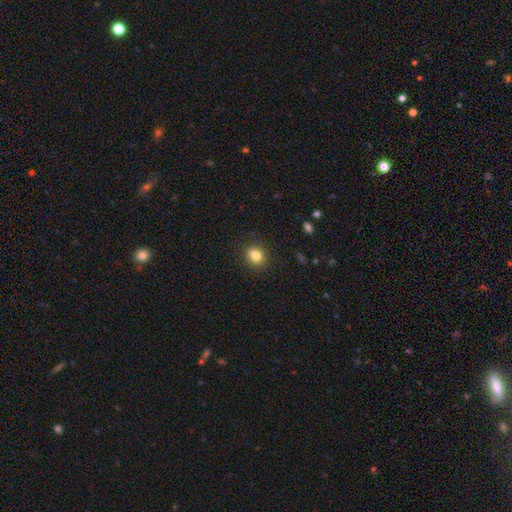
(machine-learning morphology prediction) smooth_or_featured: smooth (p=0.83) [alt: star or artifact p=0.11]
how_rounded: round (p=0.70) [alt: in between p=0.29]
merging: none (p=0.89) [alt: minor disturbance p=0.08]